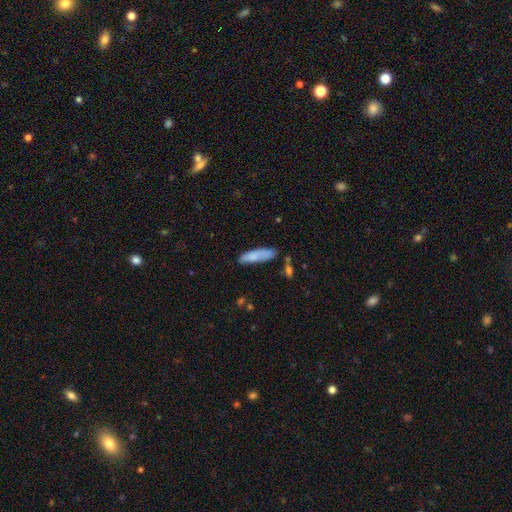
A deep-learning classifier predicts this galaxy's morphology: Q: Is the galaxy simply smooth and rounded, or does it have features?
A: smooth — 80%.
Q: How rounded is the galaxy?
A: cigar-shaped — 65%.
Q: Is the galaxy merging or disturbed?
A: none — 72%.